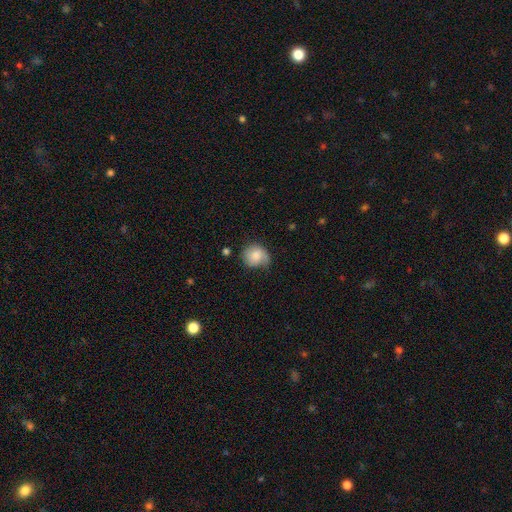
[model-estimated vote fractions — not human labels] Overall: smooth (70%). How rounded: round (77%). Merging: none (53%; minor disturbance 33%).